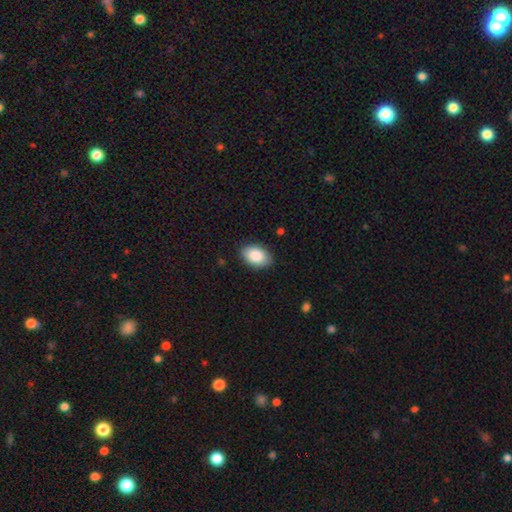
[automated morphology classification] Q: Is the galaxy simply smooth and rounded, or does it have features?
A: smooth — 86%.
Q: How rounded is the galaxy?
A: in between — 88%.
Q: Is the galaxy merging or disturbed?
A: none — 86%.